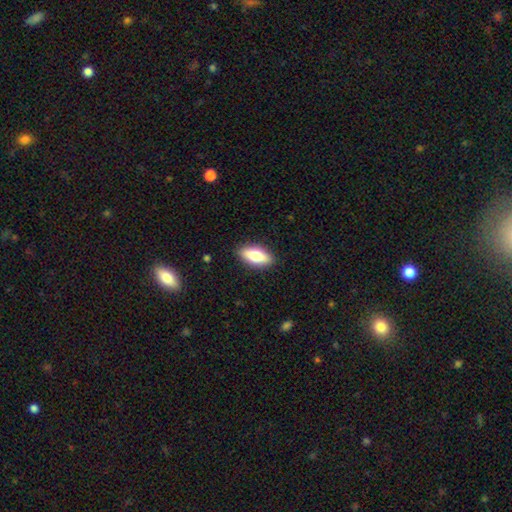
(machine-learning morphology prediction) This appears to be a smooth galaxy with no disk features (67%) that is in between round and cigar-shaped (78%). Merging: none (88%).